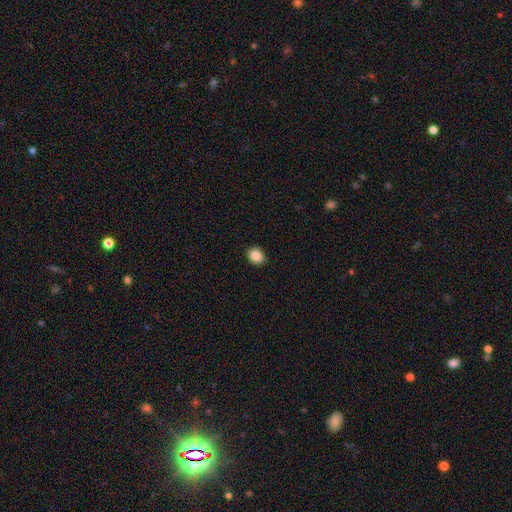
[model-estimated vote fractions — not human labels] smooth_or_featured: smooth (p=0.88) [alt: star or artifact p=0.09]
how_rounded: round (p=0.56) [alt: in between p=0.43]
merging: none (p=0.89) [alt: minor disturbance p=0.08]